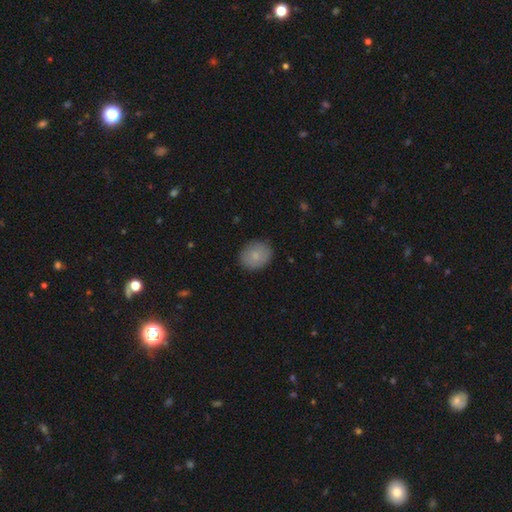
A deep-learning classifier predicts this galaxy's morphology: smooth 83%, featured or disk 10%, star or artifact 7%. Down the decision tree: how rounded — round (64%); merging — none (85%).